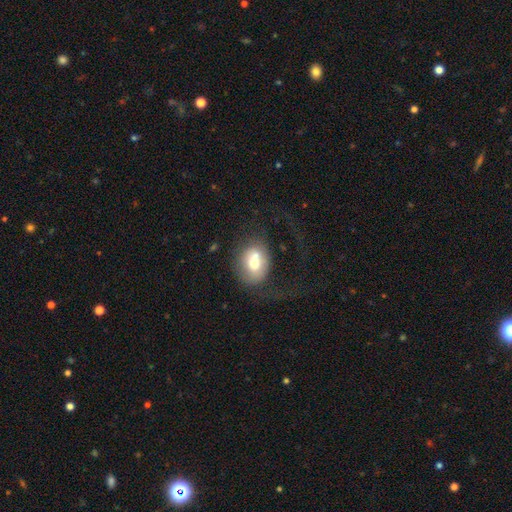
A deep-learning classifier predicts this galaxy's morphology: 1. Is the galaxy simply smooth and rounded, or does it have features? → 62% smooth, 28% featured or disk, 9% star or artifact.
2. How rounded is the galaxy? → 56% round, 43% in between, 1% cigar-shaped.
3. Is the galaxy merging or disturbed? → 37% none, 32% merger, 16% minor disturbance, 16% major disturbance.